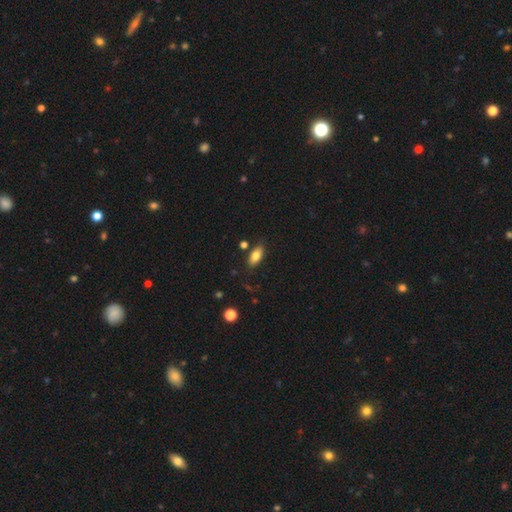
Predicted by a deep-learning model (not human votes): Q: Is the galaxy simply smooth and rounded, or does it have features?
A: smooth — 80%.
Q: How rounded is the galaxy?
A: in between — 88%.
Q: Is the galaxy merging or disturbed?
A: none — 81%.